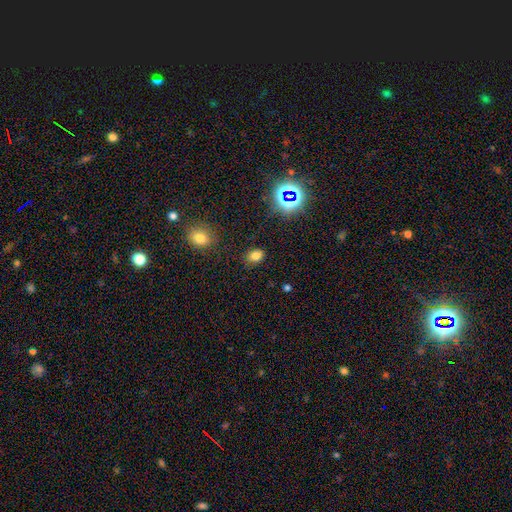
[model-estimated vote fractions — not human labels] Smooth or featured: smooth — 75% (star or artifact — 18%)
How rounded: in between — 68% (round — 31%)
Merging: none — 84% (minor disturbance — 11%)